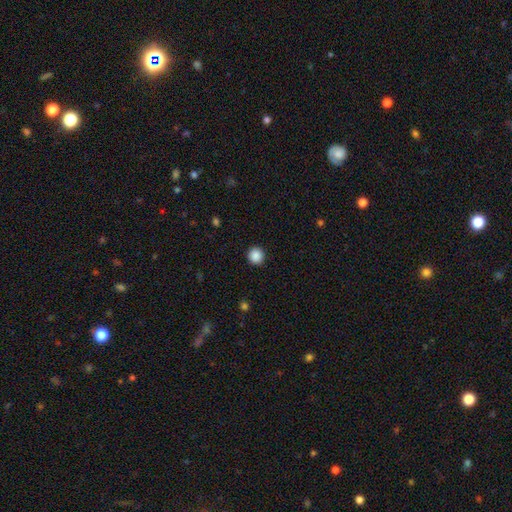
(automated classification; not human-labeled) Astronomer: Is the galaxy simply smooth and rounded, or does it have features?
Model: smooth — 88%.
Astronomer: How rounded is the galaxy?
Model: round — 94%.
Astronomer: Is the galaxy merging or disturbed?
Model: none — 92%.